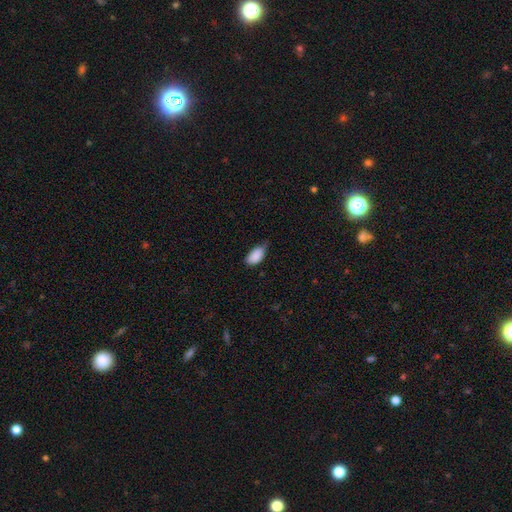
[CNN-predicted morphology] This appears to be a smooth galaxy with no disk features (88%) that is in between round and cigar-shaped (94%). Merging: none (47%).